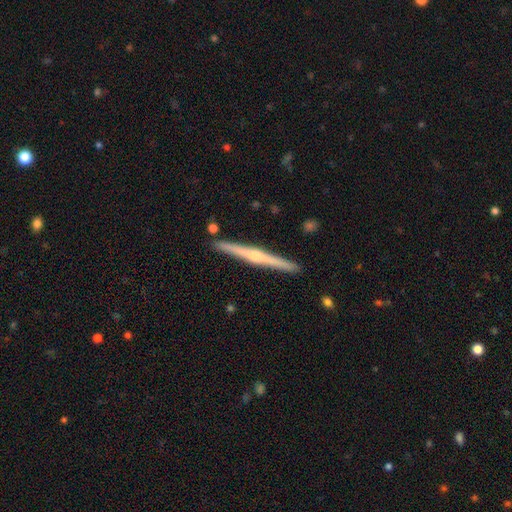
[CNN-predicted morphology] type=featured or disk (73%); edge-on=yes (99%); edge-on bulge=rounded (73%); merging=none (91%).